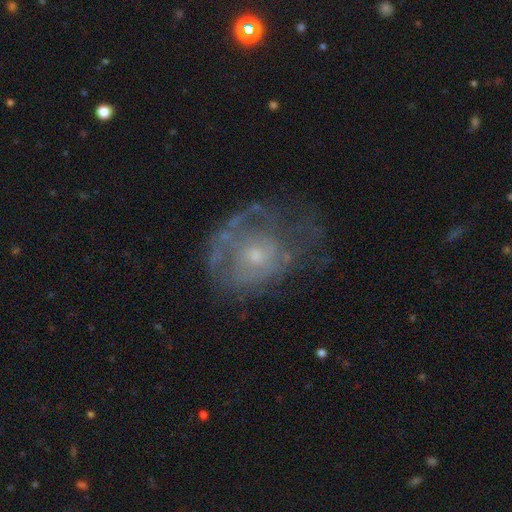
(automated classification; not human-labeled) Morphology: type=featured or disk (66%); edge-on=no (97%); bar=no (81%); spiral arms=no (55%); bulge=small (54%); merging=none (41%).